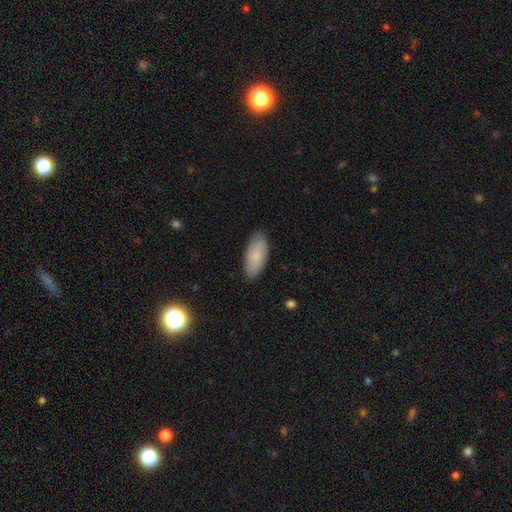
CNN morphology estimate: A smooth galaxy with no disk features (80%) that is in between round and cigar-shaped (88%).

Vote fractions:
- Smooth or featured? smooth: 80% / featured or disk: 14% / star or artifact: 6%
- How rounded? in between: 88% / cigar-shaped: 10% / round: 2%
- Merging? none: 85% / minor disturbance: 12% / major disturbance: 2% / merger: 1%